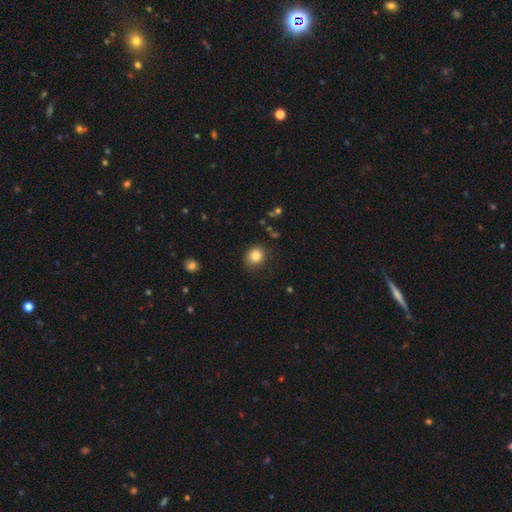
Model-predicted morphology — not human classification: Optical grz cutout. It shows a smooth galaxy with no disk features (83%) that is round (72%). Merging: none (81%).